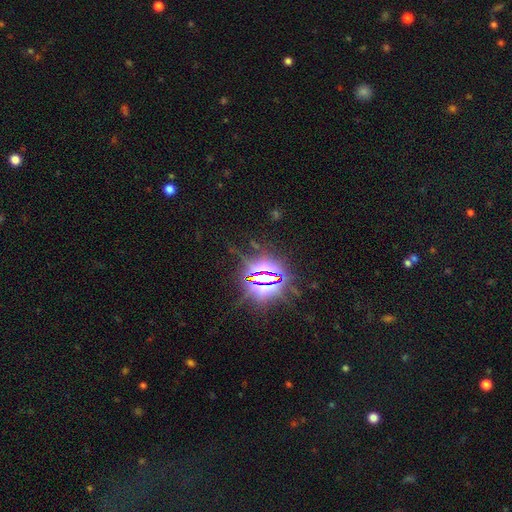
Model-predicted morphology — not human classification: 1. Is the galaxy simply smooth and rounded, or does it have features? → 84% star or artifact, 10% smooth, 6% featured or disk.